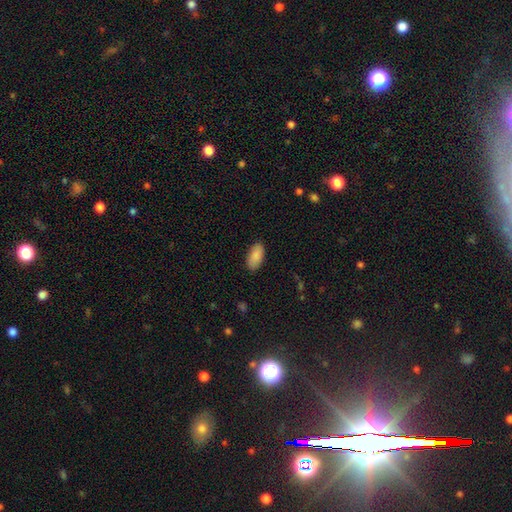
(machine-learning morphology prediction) type=smooth (88%); roundness=in between (93%); merging=none (87%).